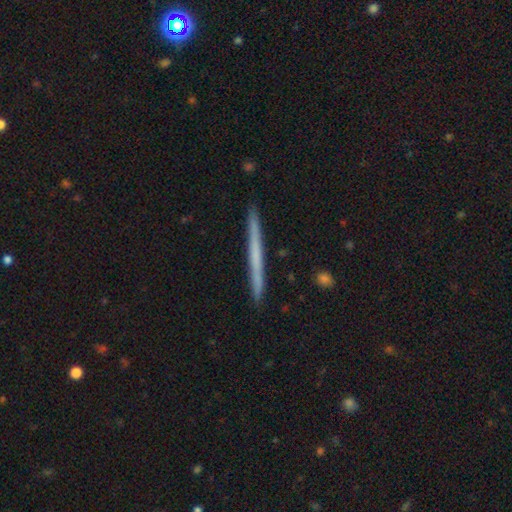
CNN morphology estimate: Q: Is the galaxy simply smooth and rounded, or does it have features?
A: smooth — 50%.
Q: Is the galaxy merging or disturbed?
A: none — 92%.